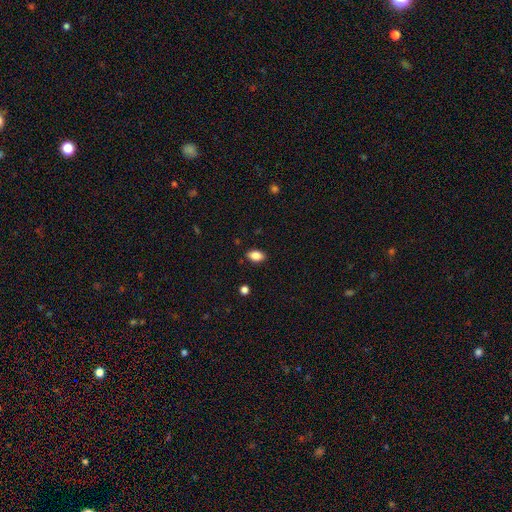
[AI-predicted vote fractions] The model was most divided on "merging": none: 87%, minor disturbance: 10%, major disturbance: 2%, merger: 1%. More confident: how rounded — in between (90%); smooth or featured — smooth (87%).